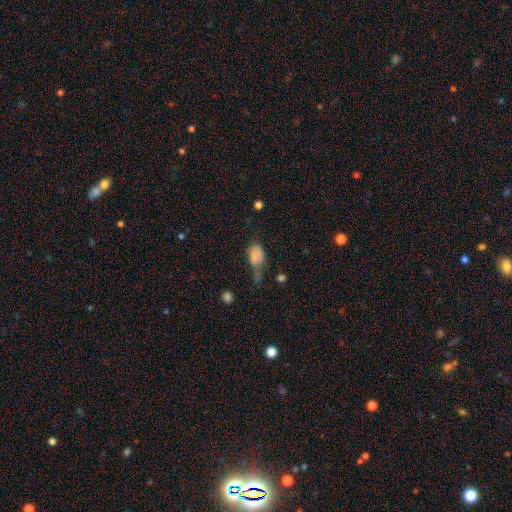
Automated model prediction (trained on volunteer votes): Smooth or featured: smooth — 78% (featured or disk — 12%)
How rounded: in between — 84% (round — 14%)
Merging: major disturbance — 38% (minor disturbance — 32%)